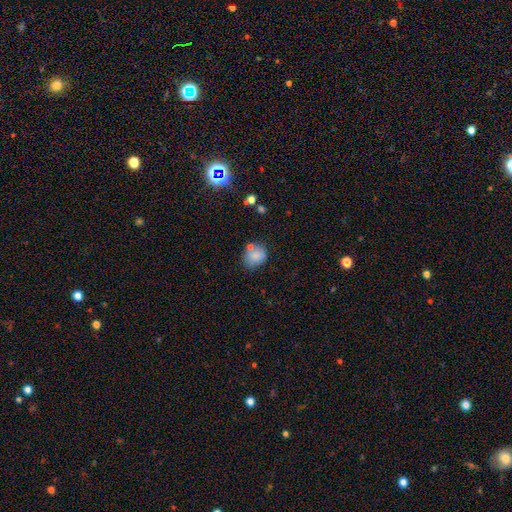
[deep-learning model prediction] Smooth or featured? smooth (79%)
How rounded? round (70%)
Merging? none (61%)